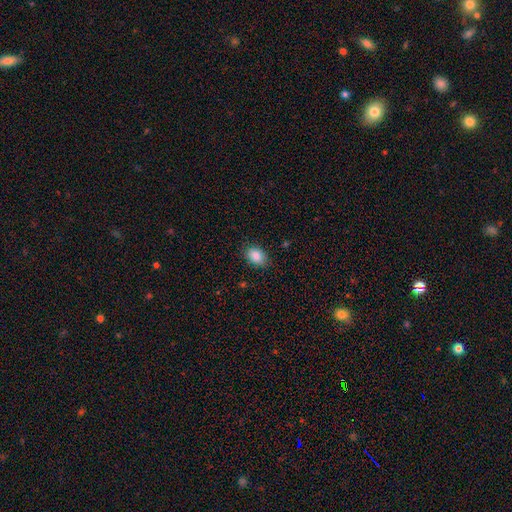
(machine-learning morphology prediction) Overall: smooth (86%). How rounded: in between (73%). Merging: none (85%).